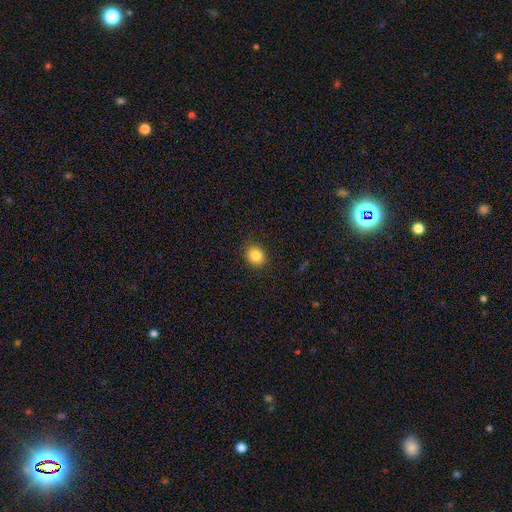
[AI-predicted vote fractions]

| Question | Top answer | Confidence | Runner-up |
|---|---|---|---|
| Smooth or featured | smooth | 84% | star or artifact (10%) |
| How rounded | round | 72% | in between (27%) |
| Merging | none | 89% | minor disturbance (8%) |